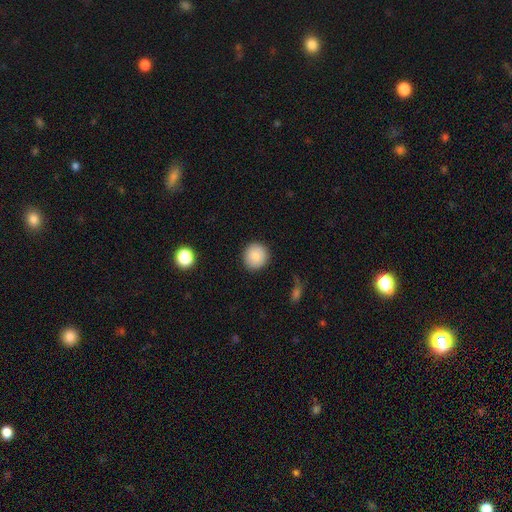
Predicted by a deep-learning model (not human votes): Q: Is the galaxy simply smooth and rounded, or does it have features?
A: smooth — 87%.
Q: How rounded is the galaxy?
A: round — 92%.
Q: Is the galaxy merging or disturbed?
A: none — 90%.